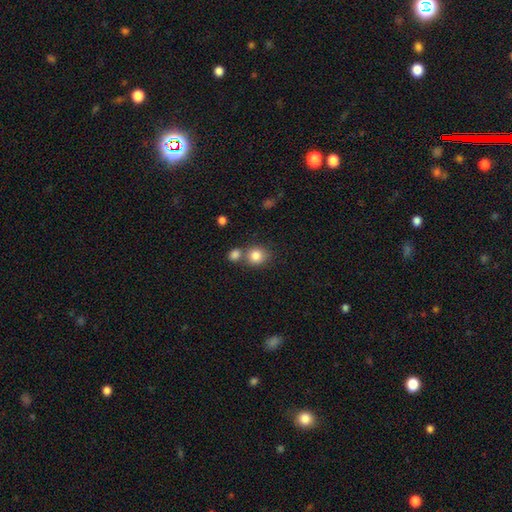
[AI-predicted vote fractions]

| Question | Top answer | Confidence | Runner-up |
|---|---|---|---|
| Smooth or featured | smooth | 83% | star or artifact (10%) |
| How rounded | round | 79% | in between (20%) |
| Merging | none | 59% | merger (28%) |